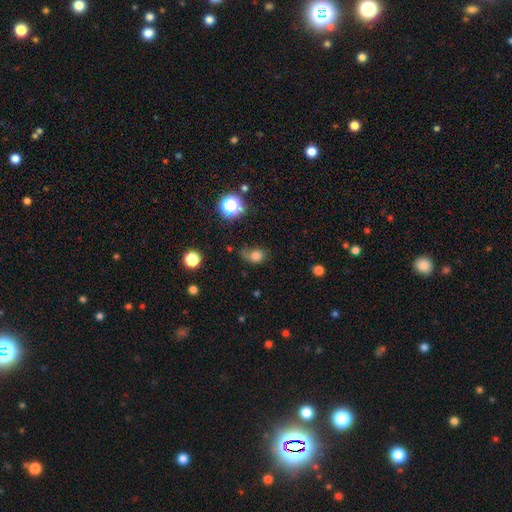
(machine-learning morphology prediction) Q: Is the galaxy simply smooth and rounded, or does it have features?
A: smooth — 72%.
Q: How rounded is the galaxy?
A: round — 52%.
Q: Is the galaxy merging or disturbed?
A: none — 44%.